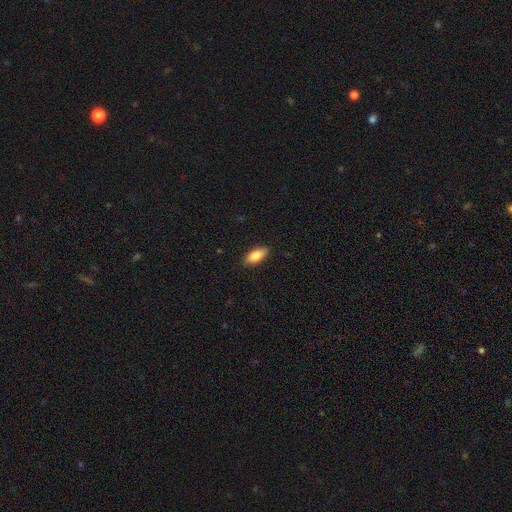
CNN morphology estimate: A smooth galaxy with no disk features (79%) that is in between round and cigar-shaped (84%).

Vote fractions:
- Smooth or featured? smooth: 79% / featured or disk: 15% / star or artifact: 7%
- How rounded? in between: 84% / cigar-shaped: 13% / round: 3%
- Merging? none: 88% / minor disturbance: 9% / major disturbance: 2% / merger: 1%